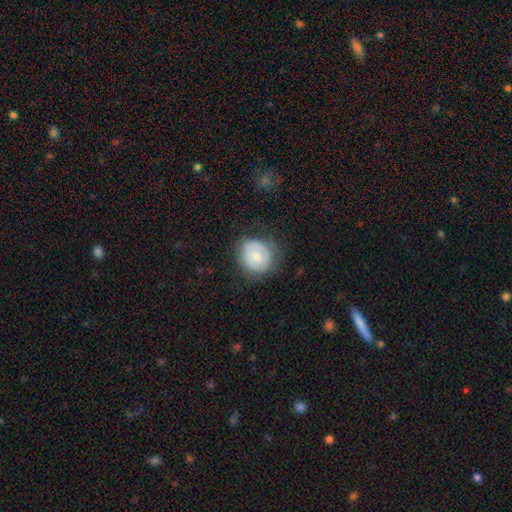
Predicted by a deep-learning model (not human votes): Smooth or featured: smooth — 60% (featured or disk — 33%)
How rounded: round — 82% (in between — 17%)
Merging: none — 69% (minor disturbance — 21%)